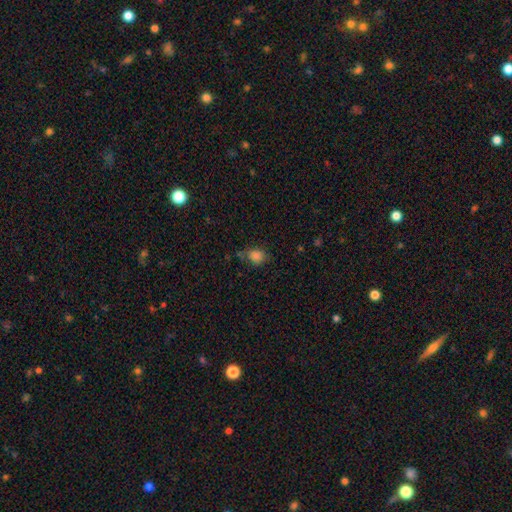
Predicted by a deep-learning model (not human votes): smooth 82%, star or artifact 13%, featured or disk 6%. Down the decision tree: how rounded — round (57%); merging — none (59%).